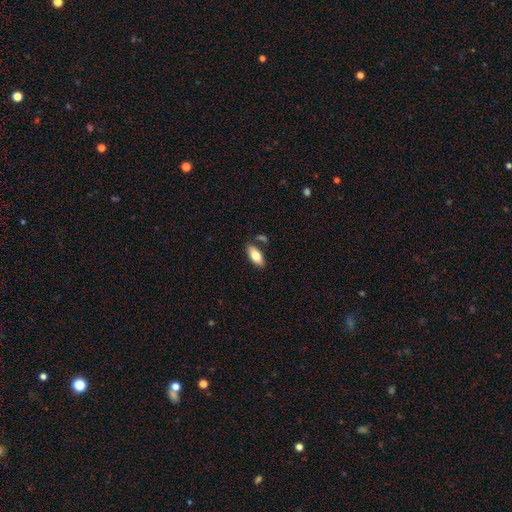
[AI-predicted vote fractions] Smooth or featured? smooth (78%)
How rounded? in between (87%)
Merging? none (79%)